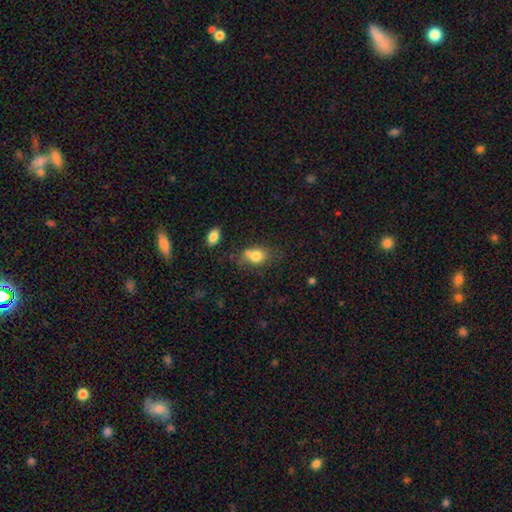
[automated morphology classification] A smooth galaxy with no disk features (79%) that is in between round and cigar-shaped (57%).

Vote fractions:
- Smooth or featured? smooth: 79% / star or artifact: 11% / featured or disk: 11%
- How rounded? in between: 57% / round: 41% / cigar-shaped: 1%
- Merging? none: 46% / minor disturbance: 24% / merger: 22% / major disturbance: 9%